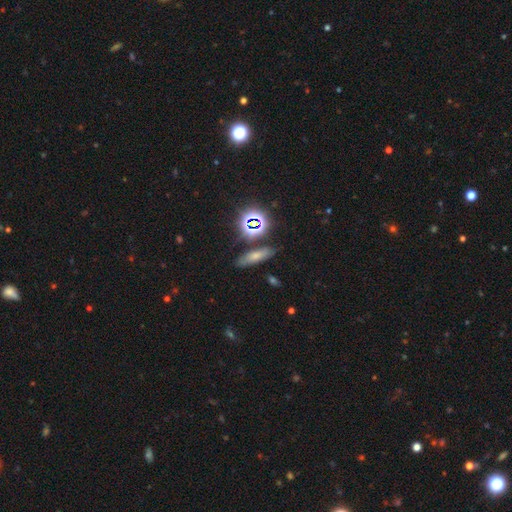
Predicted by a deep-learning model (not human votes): A smooth galaxy with no disk features (58%) that is cigar-shaped (47%).

Vote fractions:
- Smooth or featured? smooth: 58% / star or artifact: 24% / featured or disk: 18%
- How rounded? cigar-shaped: 47% / in between: 42% / round: 11%
- Merging? none: 79% / minor disturbance: 11% / merger: 6% / major disturbance: 4%